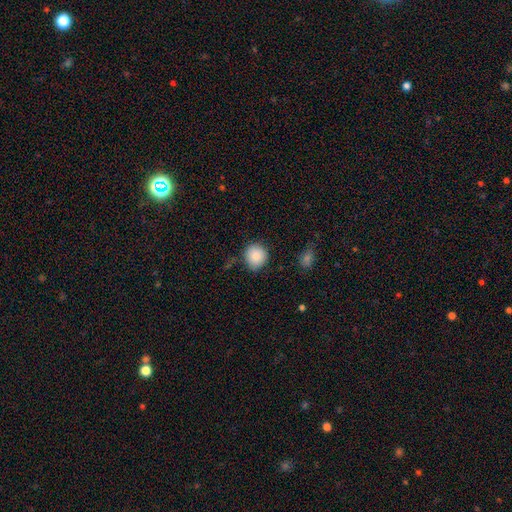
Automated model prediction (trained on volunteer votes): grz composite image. It shows a smooth galaxy with no disk features (87%) that is round (87%). Merging: none (80%).